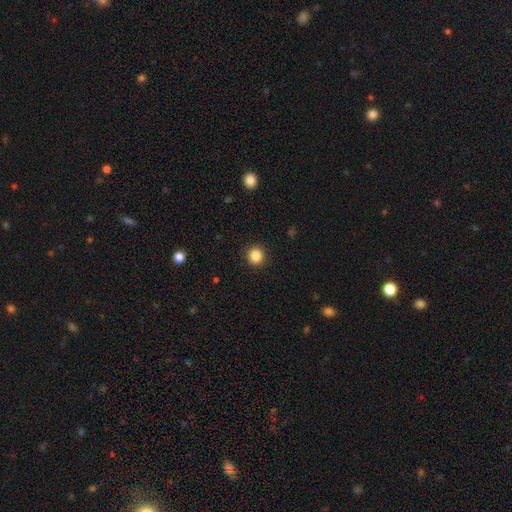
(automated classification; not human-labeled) This is clearly a smooth galaxy (85%). How rounded: clearly round (92%). Merging: clearly none (92%).